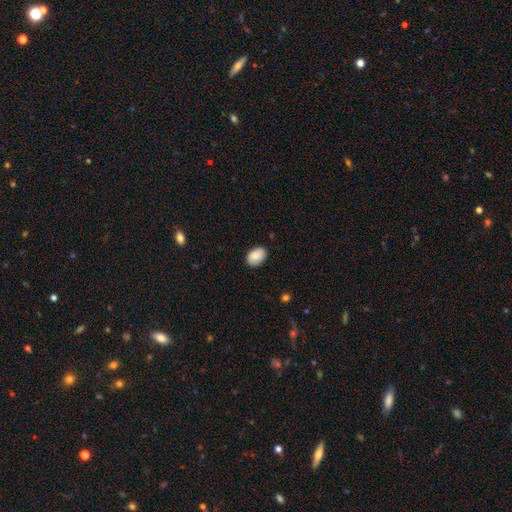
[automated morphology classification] smooth_or_featured: smooth (p=0.84) [alt: featured or disk p=0.09]
how_rounded: in between (p=0.85) [alt: round p=0.14]
merging: none (p=0.83) [alt: minor disturbance p=0.13]